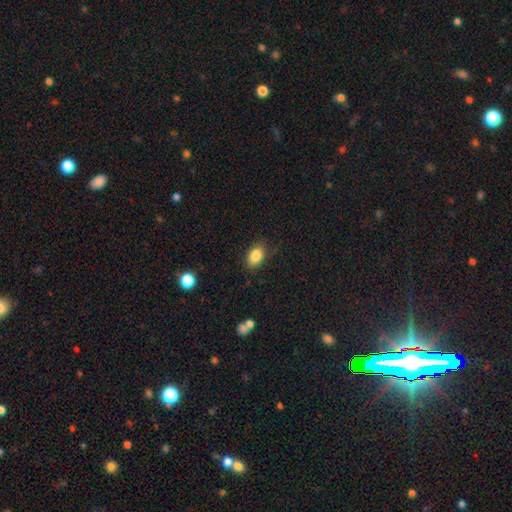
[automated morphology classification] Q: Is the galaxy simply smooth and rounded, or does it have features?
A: smooth — 85%.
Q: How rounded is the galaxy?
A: in between — 86%.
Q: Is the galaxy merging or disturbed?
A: none — 81%.